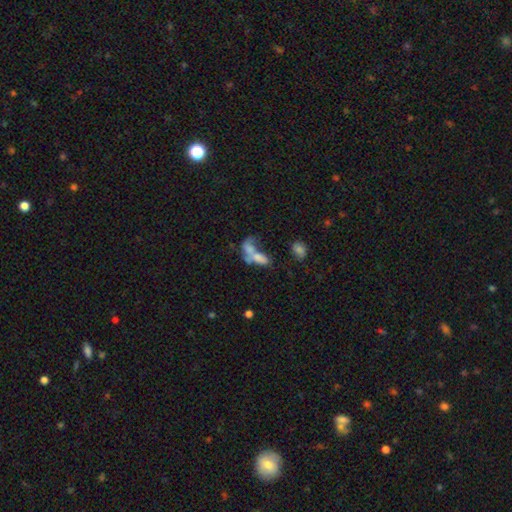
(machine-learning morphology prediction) smooth_or_featured: smooth (p=0.55) [alt: featured or disk p=0.31]
how_rounded: in between (p=0.78) [alt: cigar-shaped p=0.13]
merging: merger (p=0.63) [alt: none p=0.15]